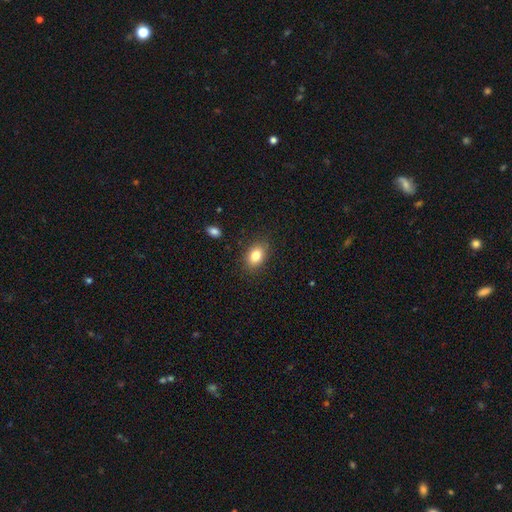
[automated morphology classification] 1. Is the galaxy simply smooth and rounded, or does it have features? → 82% smooth, 9% star or artifact, 9% featured or disk.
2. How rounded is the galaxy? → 79% in between, 20% round, 1% cigar-shaped.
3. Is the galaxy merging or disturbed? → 86% none, 10% minor disturbance, 3% major disturbance, 1% merger.